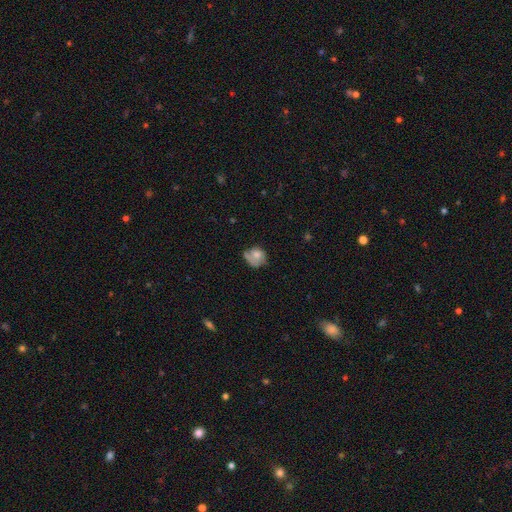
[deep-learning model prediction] smooth 65%, featured or disk 26%, star or artifact 9%. Down the decision tree: how rounded — round (67%); merging — none (40%).